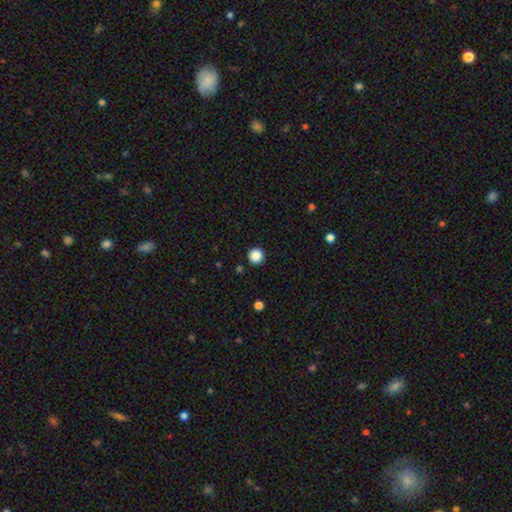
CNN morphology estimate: smooth_or_featured: smooth (p=0.86) [alt: star or artifact p=0.11]
how_rounded: round (p=0.95) [alt: in between p=0.04]
merging: none (p=0.92) [alt: minor disturbance p=0.05]